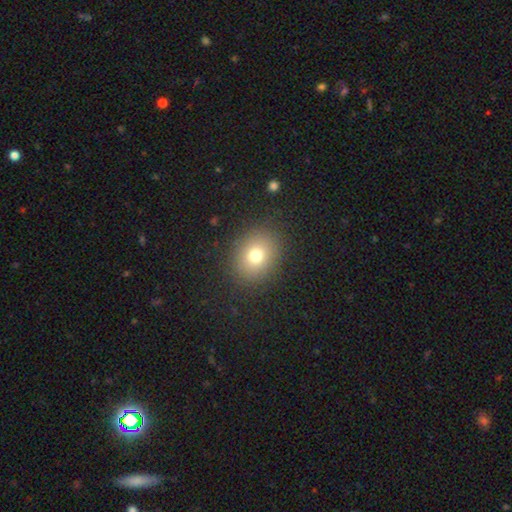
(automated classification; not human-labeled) Morphology: type=smooth (75%); roundness=round (61%); merging=none (86%).